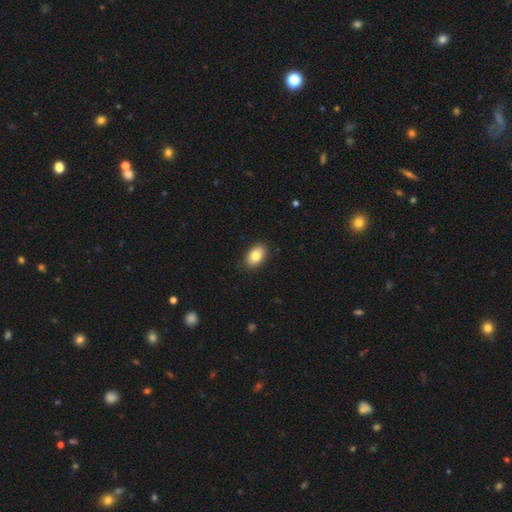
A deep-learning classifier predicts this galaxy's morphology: A smooth galaxy with no disk features (82%) that is in between round and cigar-shaped (89%).

Vote fractions:
- Smooth or featured? smooth: 82% / featured or disk: 10% / star or artifact: 8%
- How rounded? in between: 89% / round: 10% / cigar-shaped: 1%
- Merging? none: 88% / minor disturbance: 9% / major disturbance: 2% / merger: 1%